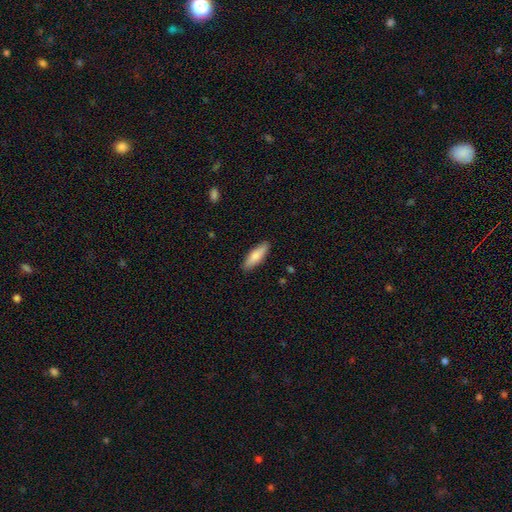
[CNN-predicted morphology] A smooth galaxy with no disk features (78%) that is cigar-shaped (50%).

Vote fractions:
- Smooth or featured? smooth: 78% / featured or disk: 16% / star or artifact: 5%
- How rounded? cigar-shaped: 50% / in between: 48% / round: 2%
- Merging? none: 88% / minor disturbance: 9% / major disturbance: 2% / merger: 1%